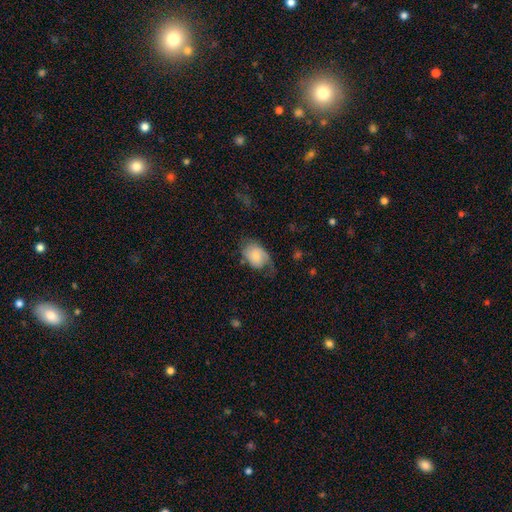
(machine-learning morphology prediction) smooth_or_featured: smooth (p=0.53) [alt: featured or disk p=0.39]
how_rounded: in between (p=0.79) [alt: round p=0.20]
merging: none (p=0.40) [alt: minor disturbance p=0.31]